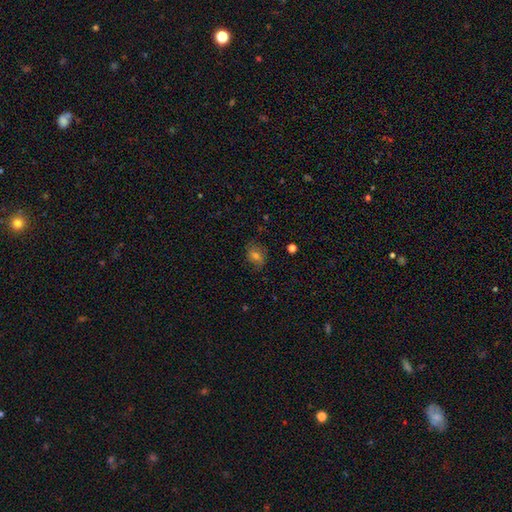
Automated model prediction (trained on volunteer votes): smooth-or-featured: smooth: 58% | featured or disk: 24% | star or artifact: 18%
  how-rounded: in between: 52% | round: 47% | cigar-shaped: 1%
  merging: none: 76% | minor disturbance: 17% | major disturbance: 5% | merger: 1%